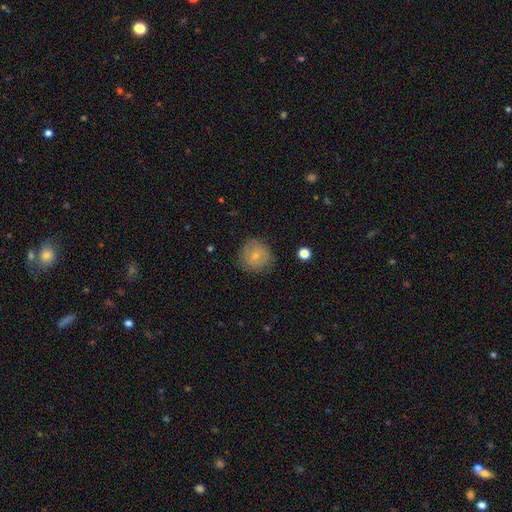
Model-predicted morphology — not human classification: type=smooth (69%); roundness=round (91%); merging=none (80%).